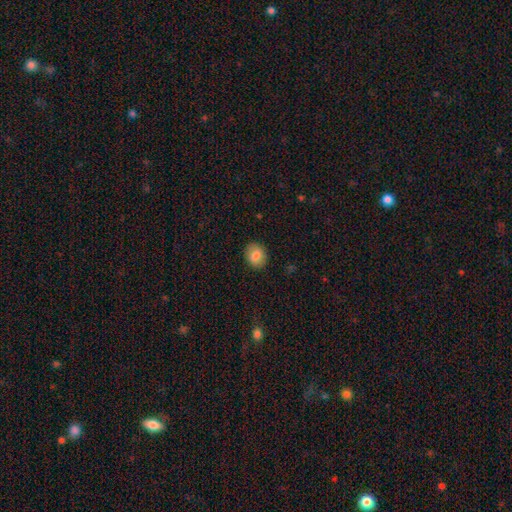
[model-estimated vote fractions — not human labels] smooth-or-featured: smooth: 81% | featured or disk: 11% | star or artifact: 8%
  how-rounded: round: 58% | in between: 41% | cigar-shaped: 1%
  merging: none: 88% | minor disturbance: 9% | major disturbance: 2% | merger: 1%